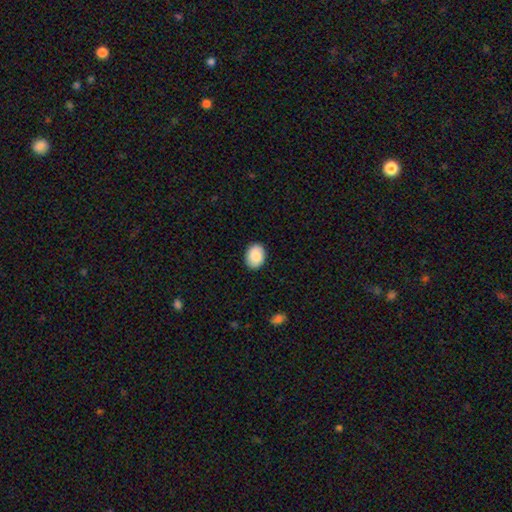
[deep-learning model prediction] Smooth or featured? smooth (84%)
How rounded? in between (69%)
Merging? none (89%)